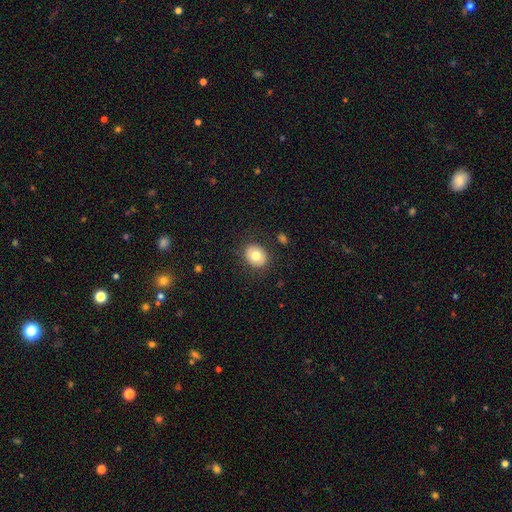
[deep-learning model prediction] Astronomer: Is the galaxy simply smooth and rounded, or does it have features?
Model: smooth — 76%.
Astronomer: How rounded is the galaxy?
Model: round — 57% (runner-up: in between, 42%).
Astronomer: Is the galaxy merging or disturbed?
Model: none — 87%.